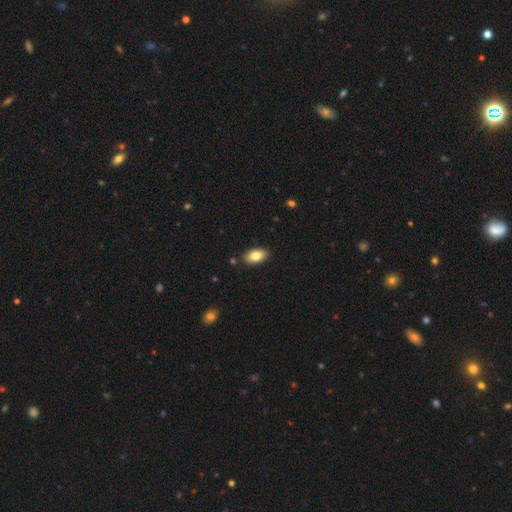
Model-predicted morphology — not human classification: Smooth or featured? smooth (83%)
How rounded? in between (93%)
Merging? none (87%)